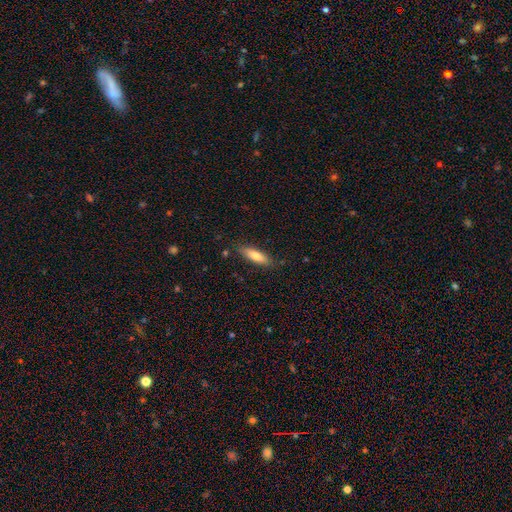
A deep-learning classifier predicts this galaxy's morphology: Smooth or featured?
  - smooth: 76% *
  - featured or disk: 18%
  - star or artifact: 6%
How rounded?
  - cigar-shaped: 53% *
  - in between: 45%
  - round: 2%
Merging?
  - none: 84% *
  - minor disturbance: 12%
  - major disturbance: 2%
  - merger: 2%